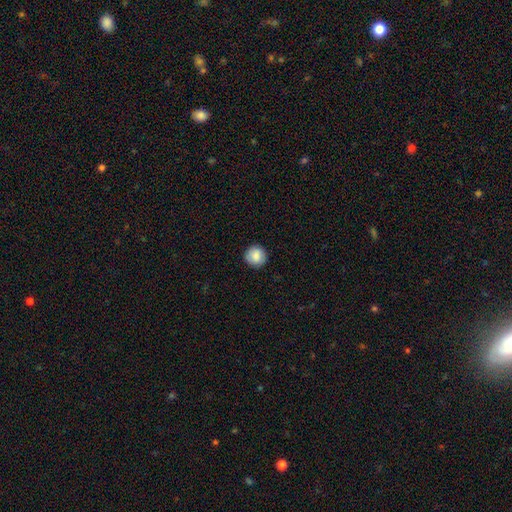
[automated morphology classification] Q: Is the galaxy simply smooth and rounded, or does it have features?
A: smooth — 86%.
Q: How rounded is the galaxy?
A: round — 93%.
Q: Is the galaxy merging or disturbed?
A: none — 89%.